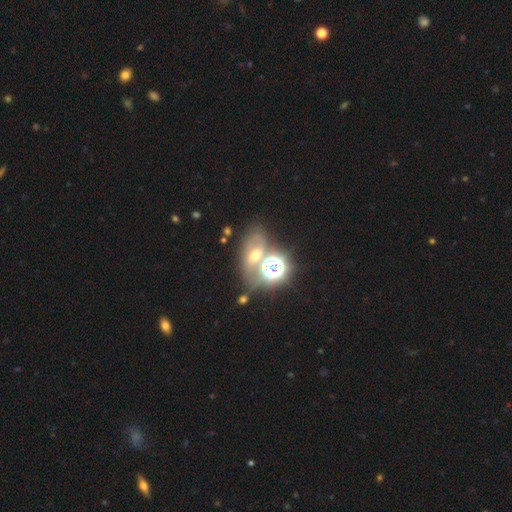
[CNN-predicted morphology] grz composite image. It shows a star or artifact, not a galaxy (38%).